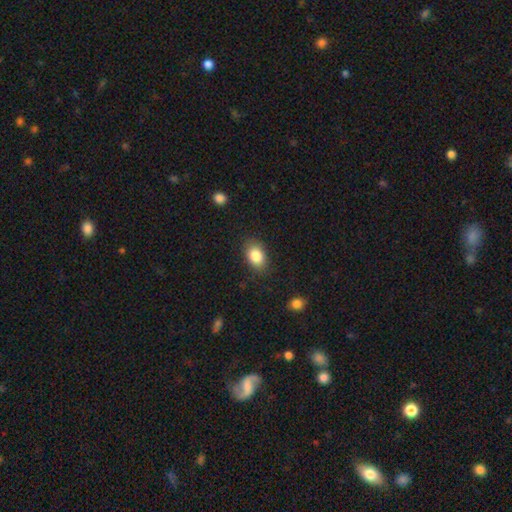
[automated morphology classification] smooth_or_featured: smooth (p=0.85) [alt: star or artifact p=0.08]
how_rounded: in between (p=0.83) [alt: round p=0.16]
merging: none (p=0.83) [alt: minor disturbance p=0.12]